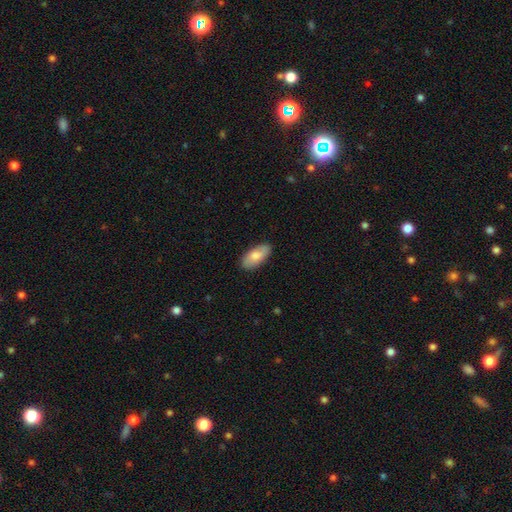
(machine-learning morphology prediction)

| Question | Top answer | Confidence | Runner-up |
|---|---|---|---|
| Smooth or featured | smooth | 76% | featured or disk (19%) |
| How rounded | in between | 91% | cigar-shaped (7%) |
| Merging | none | 86% | minor disturbance (11%) |